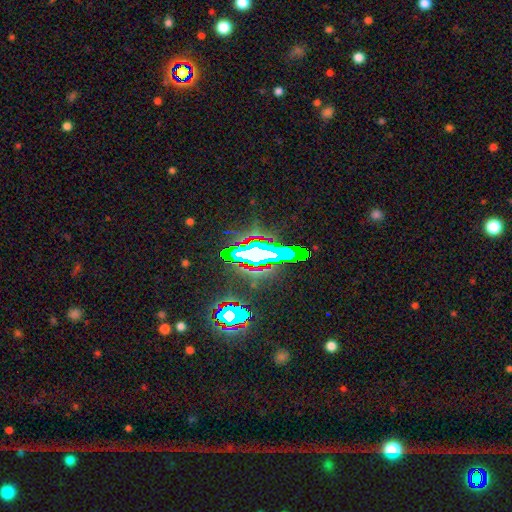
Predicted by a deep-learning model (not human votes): smooth_or_featured: star or artifact (p=0.54) [alt: featured or disk p=0.29]